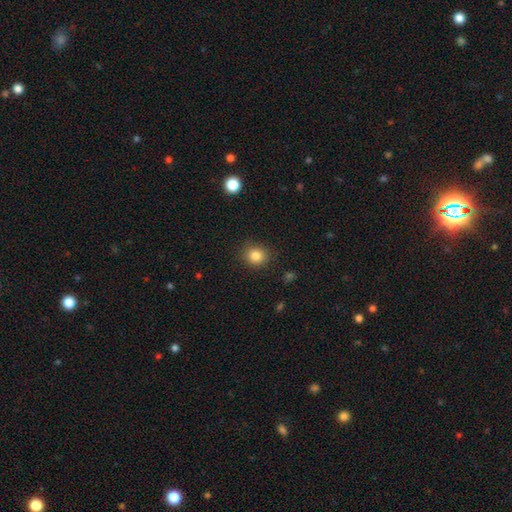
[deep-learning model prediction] smooth 83%, star or artifact 11%, featured or disk 6%. Down the decision tree: how rounded — round (82%); merging — none (87%).